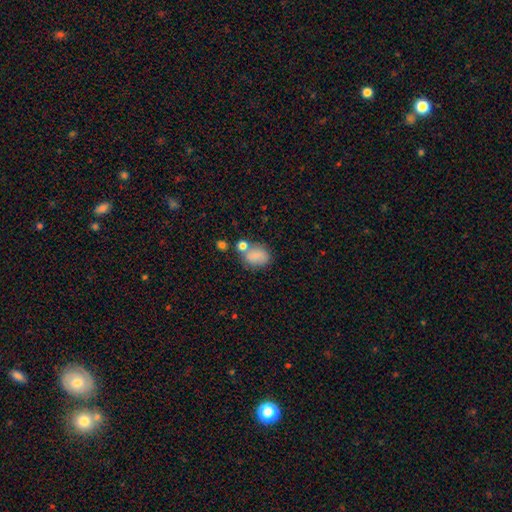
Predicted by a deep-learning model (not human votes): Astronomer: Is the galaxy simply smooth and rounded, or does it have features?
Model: smooth — 81%.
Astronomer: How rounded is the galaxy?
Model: in between — 63%.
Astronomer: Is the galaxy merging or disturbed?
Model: none — 53%.